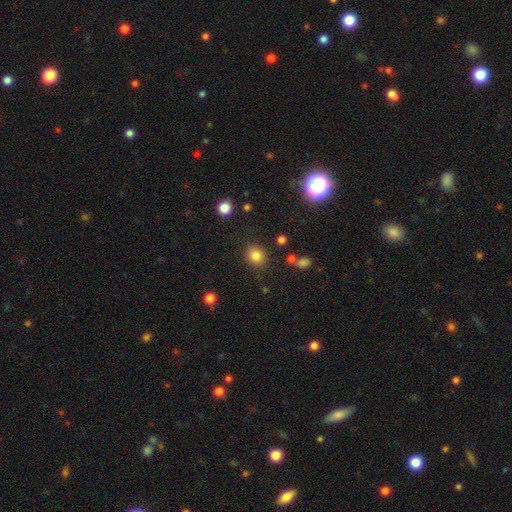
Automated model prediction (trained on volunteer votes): This appears to be a smooth galaxy with no disk features (82%) that is round (68%). Merging: none (85%).